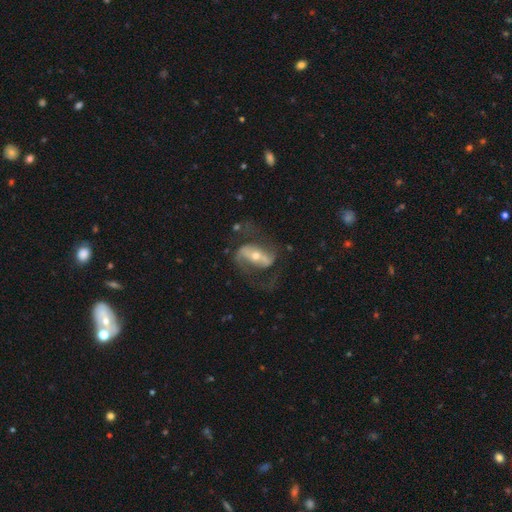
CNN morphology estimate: Smooth or featured?
  - featured or disk: 82% *
  - smooth: 12%
  - star or artifact: 6%
Edge-on disk?
  - no: 93% *
  - yes: 7%
Bar?
  - strong: 54% *
  - weak: 26%
  - no: 20%
Spiral arms?
  - yes: 86% *
  - no: 14%
Spiral winding?
  - medium: 47% *
  - loose: 39%
  - tight: 14%
Spiral arm count?
  - 2: 89% *
  - can't tell: 5%
  - 1: 3%
  - 3: 1%
  - 4: 1%
  - more than 4: 1%
Bulge size?
  - moderate: 48% *
  - small: 47%
  - large: 3%
  - none: 1%
  - dominant: 1%
Merging?
  - none: 60% *
  - major disturbance: 21%
  - minor disturbance: 16%
  - merger: 3%